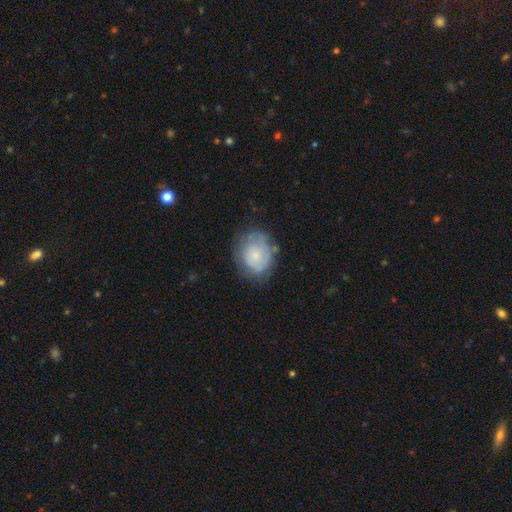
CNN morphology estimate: A smooth galaxy with no disk features (56%) that is round (50%). Merging: none (60%).